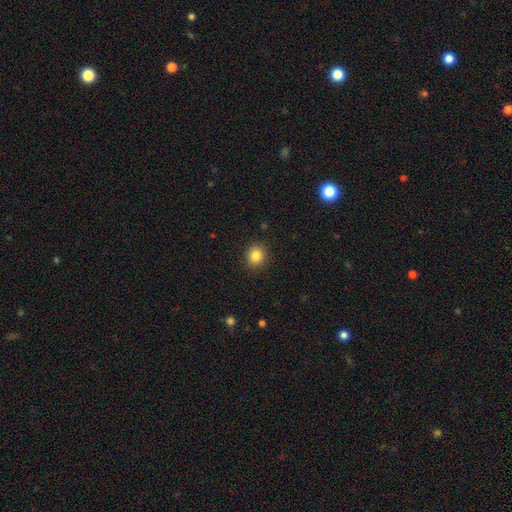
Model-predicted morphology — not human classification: Smooth or featured? Predicted: smooth (p=0.84). How rounded? Predicted: round (p=0.81). Merging? Predicted: none (p=0.90).